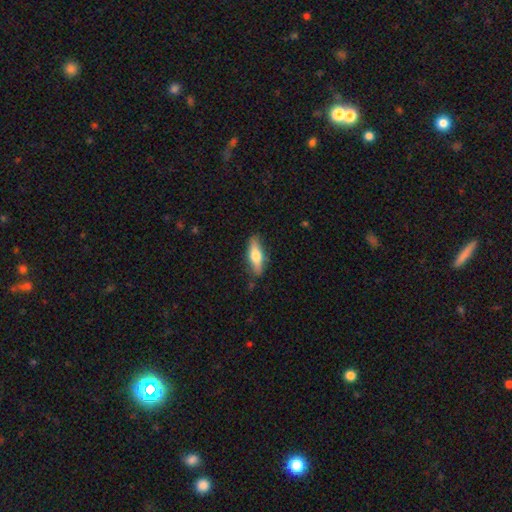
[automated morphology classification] Smooth or featured? Predicted: smooth (p=0.60). How rounded? Predicted: cigar-shaped (p=0.49). Merging? Predicted: none (p=0.83).